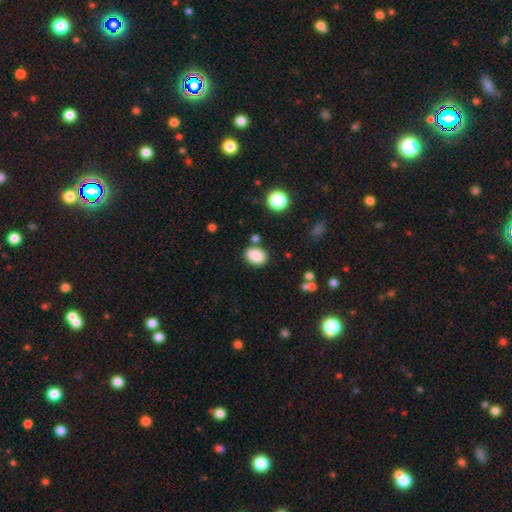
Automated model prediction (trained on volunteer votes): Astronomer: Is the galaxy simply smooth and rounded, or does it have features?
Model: smooth — 87%.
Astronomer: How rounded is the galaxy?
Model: in between — 74%.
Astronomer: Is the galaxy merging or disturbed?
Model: none — 78%.